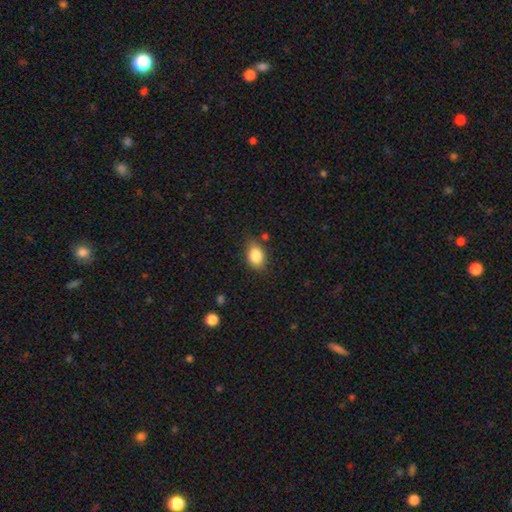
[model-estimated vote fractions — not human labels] Smooth or featured? Predicted: smooth (p=0.85). How rounded? Predicted: in between (p=0.76). Merging? Predicted: none (p=0.77).